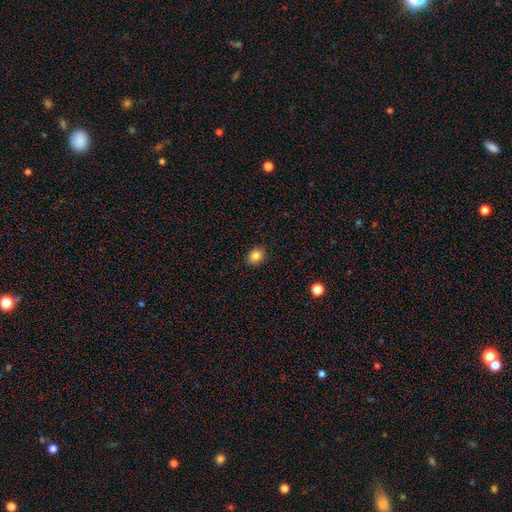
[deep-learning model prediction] The model was most divided on "how rounded": round: 55%, in between: 44%, cigar-shaped: 1%. More confident: merging — none (88%); smooth or featured — smooth (85%).